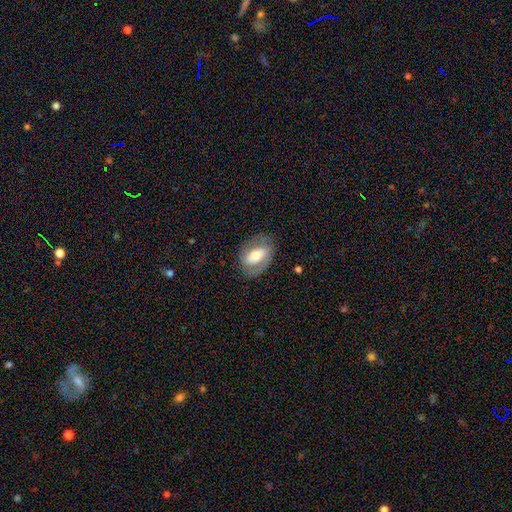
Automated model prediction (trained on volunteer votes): A featured or disk galaxy (52%).

Vote fractions:
- Smooth or featured? featured or disk: 52% / smooth: 41% / star or artifact: 7%
- Edge-on disk? no: 92% / yes: 8%
- Merging? none: 76% / minor disturbance: 15% / major disturbance: 8% / merger: 1%